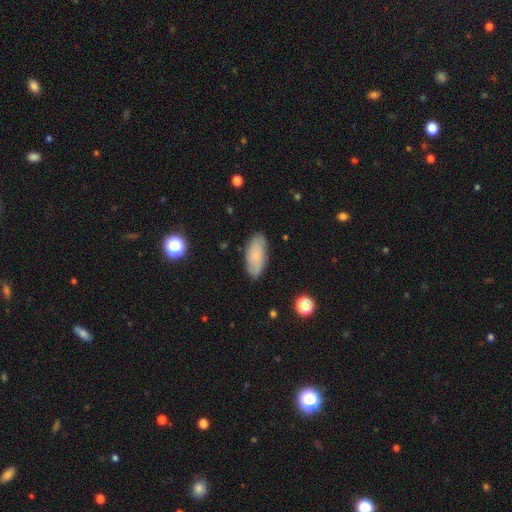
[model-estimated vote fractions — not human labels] smooth_or_featured: smooth (p=0.68) [alt: featured or disk p=0.23]
how_rounded: in between (p=0.87) [alt: cigar-shaped p=0.11]
merging: none (p=0.84) [alt: minor disturbance p=0.12]